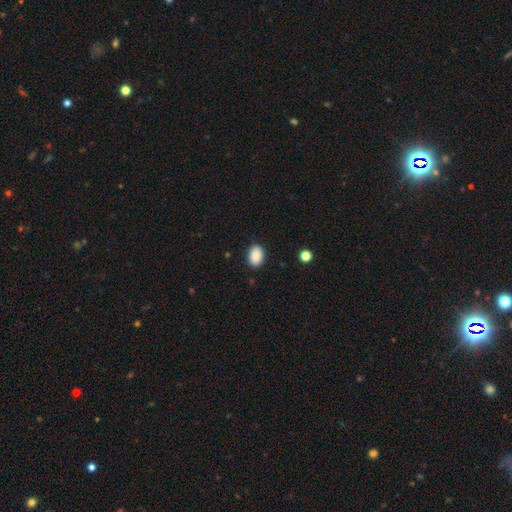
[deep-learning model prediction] Smooth or featured: smooth — 89% (star or artifact — 7%)
How rounded: in between — 81% (round — 18%)
Merging: none — 88% (minor disturbance — 9%)